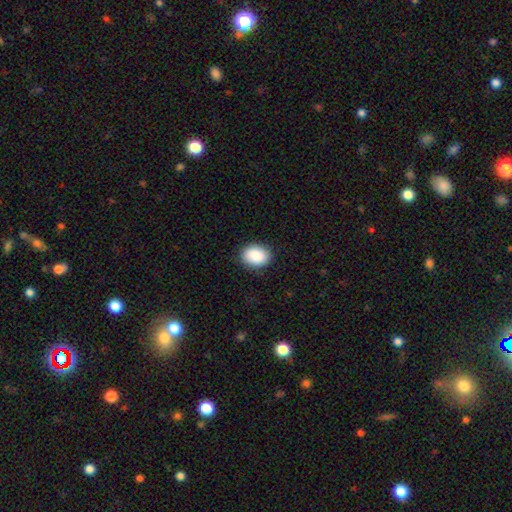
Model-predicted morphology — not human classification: Smooth or featured: smooth — 90% (star or artifact — 7%)
How rounded: in between — 68% (round — 31%)
Merging: none — 88% (minor disturbance — 9%)